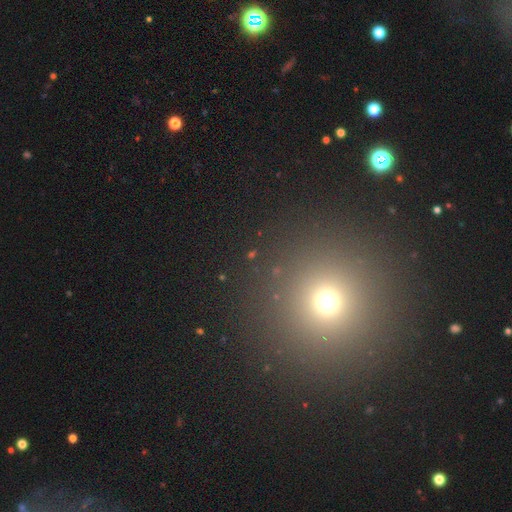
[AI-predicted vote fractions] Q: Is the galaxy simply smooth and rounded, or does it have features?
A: smooth — 55%.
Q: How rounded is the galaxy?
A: round — 96%.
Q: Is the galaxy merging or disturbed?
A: none — 92%.